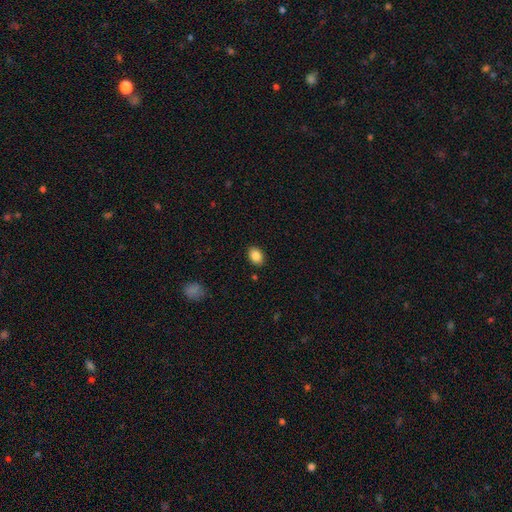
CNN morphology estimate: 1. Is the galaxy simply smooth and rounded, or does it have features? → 87% smooth, 8% star or artifact, 5% featured or disk.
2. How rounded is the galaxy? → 74% in between, 25% round, 1% cigar-shaped.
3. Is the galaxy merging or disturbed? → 88% none, 8% minor disturbance, 2% major disturbance, 1% merger.